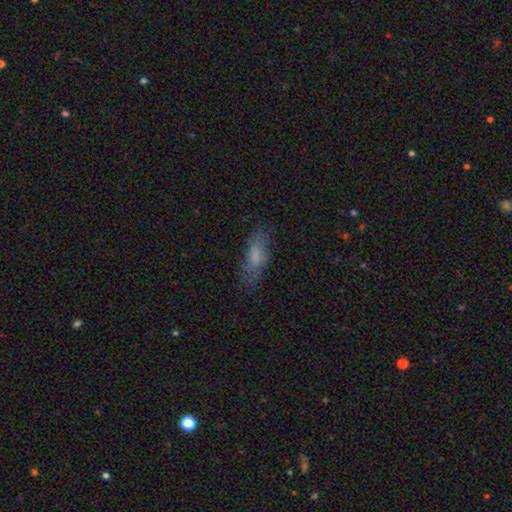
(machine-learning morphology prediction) Smooth or featured? Predicted: smooth (p=0.69). How rounded? Predicted: in between (p=0.59). Merging? Predicted: none (p=0.73).